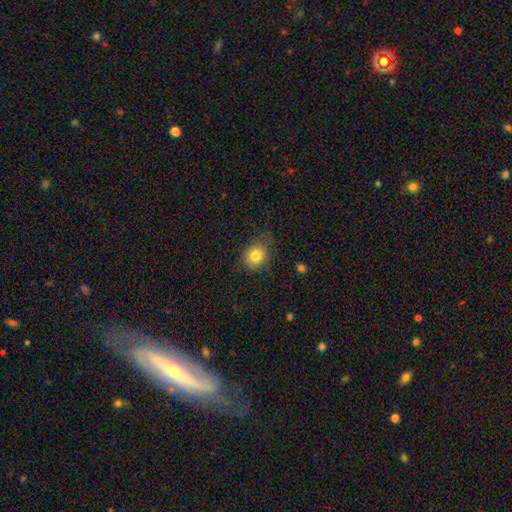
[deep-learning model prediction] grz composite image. It shows a smooth galaxy with no disk features (82%) that is round (63%). Merging: none (76%).